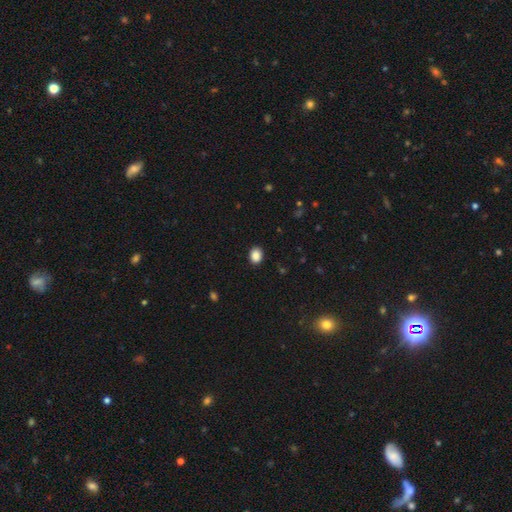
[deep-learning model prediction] smooth 88%, star or artifact 9%, featured or disk 3%. Down the decision tree: how rounded — round (50%); merging — none (91%).